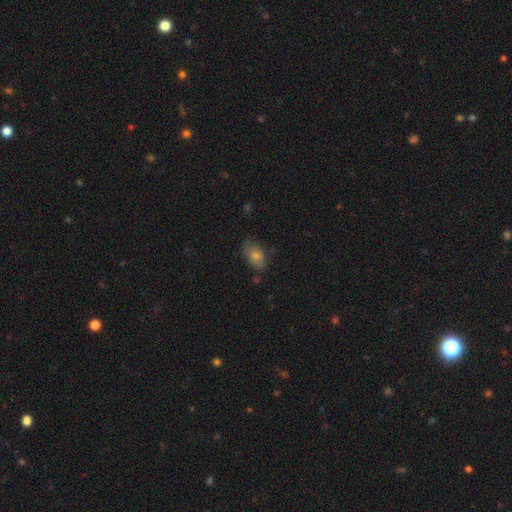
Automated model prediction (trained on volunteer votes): Smooth or featured: smooth — 70% (star or artifact — 15%)
How rounded: in between — 84% (round — 14%)
Merging: none — 72% (minor disturbance — 21%)